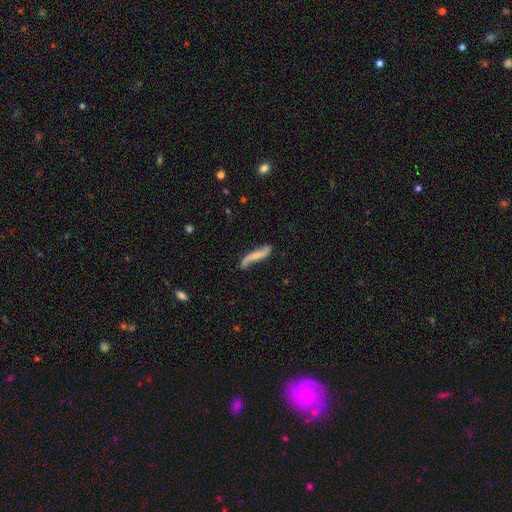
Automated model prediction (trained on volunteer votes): This appears to be a featured or disk galaxy (69%) with no bar (54%), spiral arms (91%) and a small central bulge (51%). Merging: none (68%).